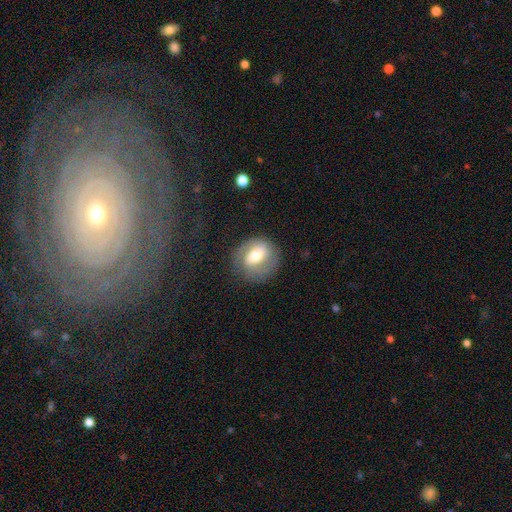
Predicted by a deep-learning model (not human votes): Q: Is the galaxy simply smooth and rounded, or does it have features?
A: featured or disk — 50%.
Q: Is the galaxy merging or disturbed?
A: none — 71%.